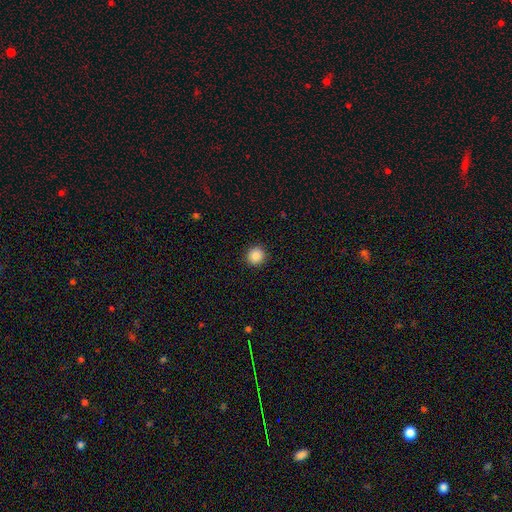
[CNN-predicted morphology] Overall: smooth (88%). How rounded: round (94%). Merging: none (92%).